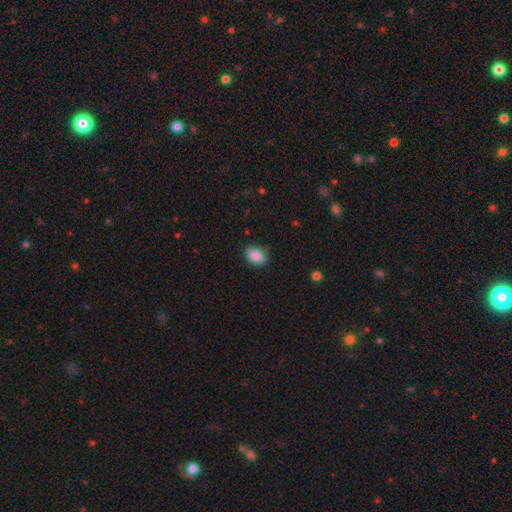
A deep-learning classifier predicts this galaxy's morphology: Q: Smooth or featured?
A: smooth (88%); runner-up: star or artifact (8%)
Q: How rounded?
A: in between (84%); runner-up: round (14%)
Q: Merging?
A: none (82%); runner-up: minor disturbance (14%)